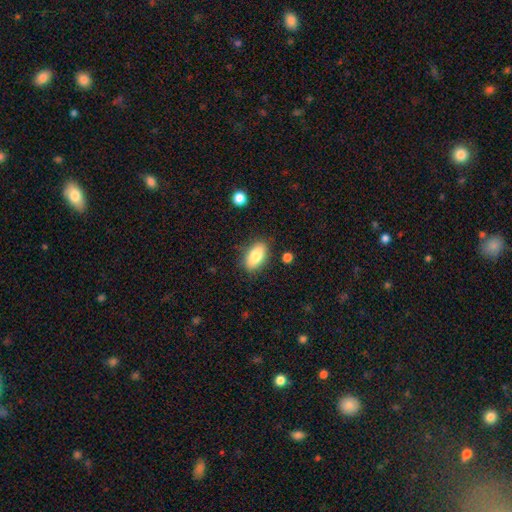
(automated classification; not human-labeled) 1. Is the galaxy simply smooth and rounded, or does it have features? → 83% smooth, 10% featured or disk, 7% star or artifact.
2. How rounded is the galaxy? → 89% in between, 6% cigar-shaped, 5% round.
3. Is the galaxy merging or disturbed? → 82% none, 12% minor disturbance, 3% major disturbance, 2% merger.